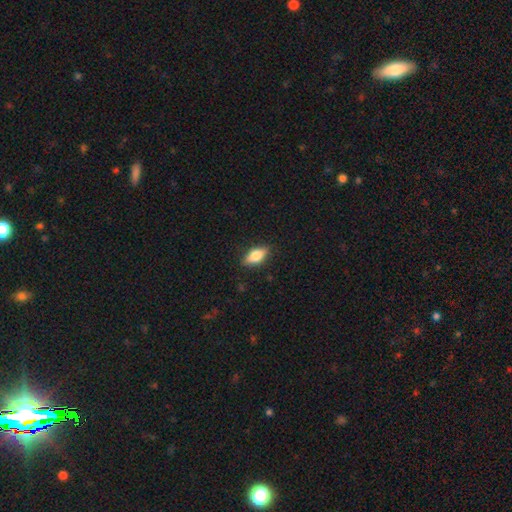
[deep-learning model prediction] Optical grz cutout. It shows a smooth galaxy with no disk features (72%) that is in between round and cigar-shaped (82%). Merging: none (86%).